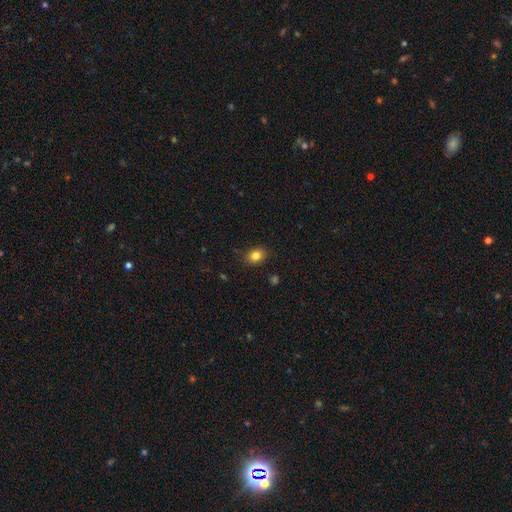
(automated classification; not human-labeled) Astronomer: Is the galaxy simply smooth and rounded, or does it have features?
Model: smooth — 83%.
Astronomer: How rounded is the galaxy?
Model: in between — 54% (runner-up: round, 45%).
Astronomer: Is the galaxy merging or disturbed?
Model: none — 85%.